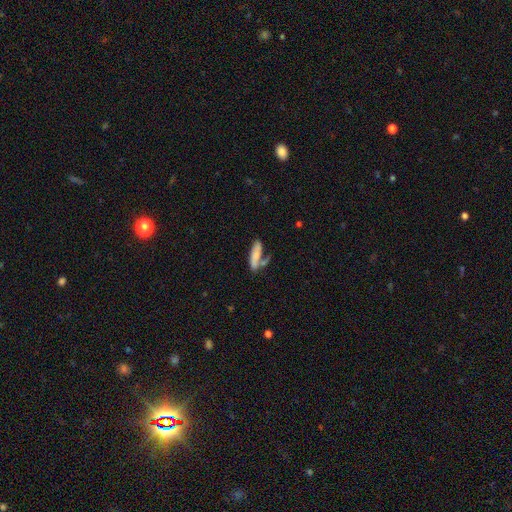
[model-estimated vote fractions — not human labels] Q: Smooth or featured?
A: smooth (74%); runner-up: featured or disk (19%)
Q: How rounded?
A: cigar-shaped (60%); runner-up: in between (38%)
Q: Merging?
A: none (46%); runner-up: merger (30%)